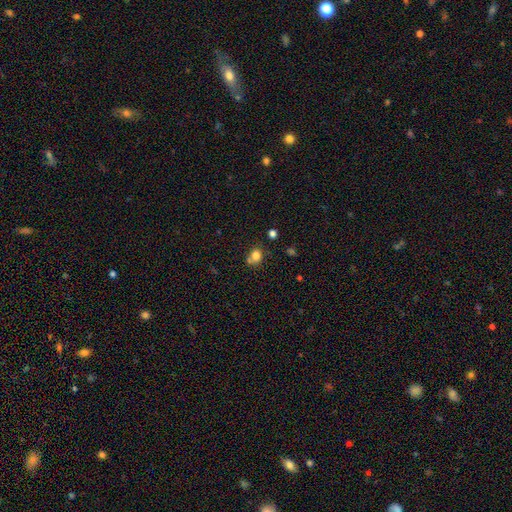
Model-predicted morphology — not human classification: Smooth or featured? smooth (79%)
How rounded? round (54%)
Merging? none (51%)